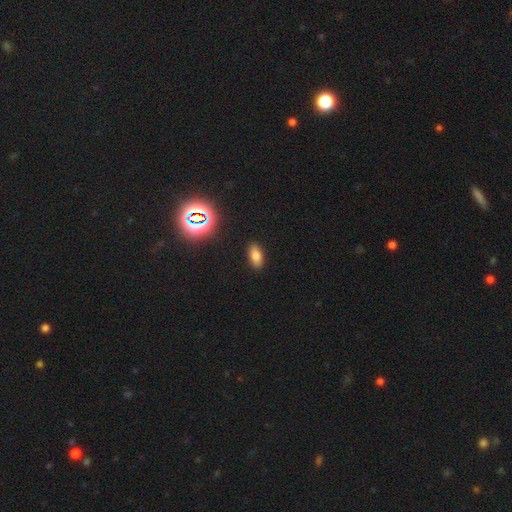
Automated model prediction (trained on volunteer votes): Smooth or featured: smooth — 76% (star or artifact — 15%)
How rounded: in between — 86% (cigar-shaped — 10%)
Merging: none — 88% (minor disturbance — 8%)